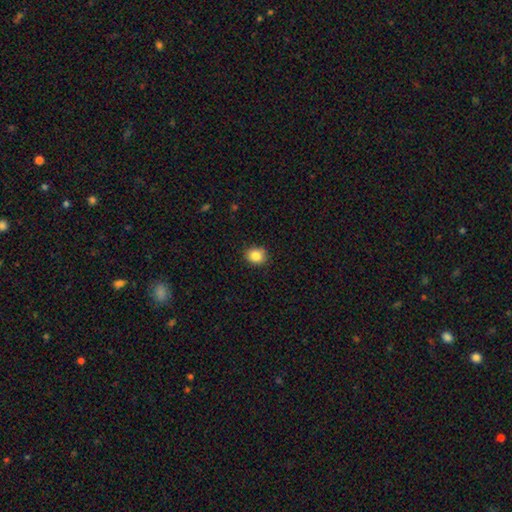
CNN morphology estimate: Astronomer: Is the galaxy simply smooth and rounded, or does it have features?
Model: smooth — 85%.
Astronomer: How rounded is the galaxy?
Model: round — 67%.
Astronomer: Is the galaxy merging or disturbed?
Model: none — 87%.